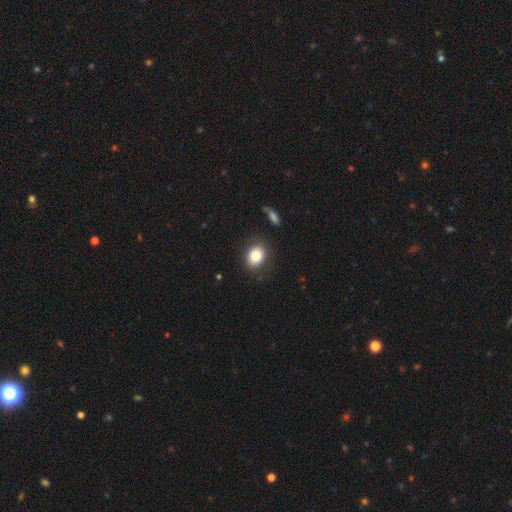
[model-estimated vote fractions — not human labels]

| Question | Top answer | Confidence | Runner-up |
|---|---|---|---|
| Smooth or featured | smooth | 81% | featured or disk (10%) |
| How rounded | round | 53% | in between (46%) |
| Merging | none | 84% | minor disturbance (11%) |